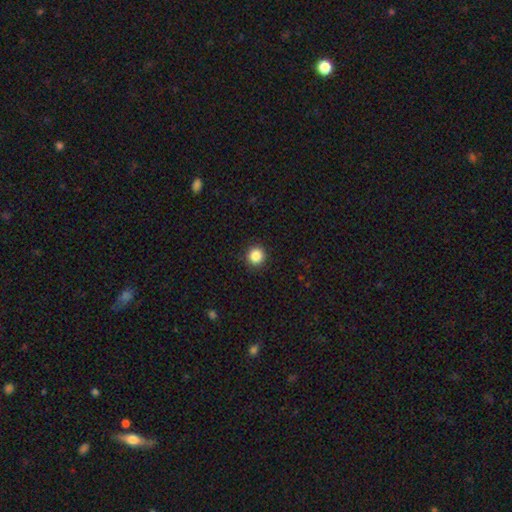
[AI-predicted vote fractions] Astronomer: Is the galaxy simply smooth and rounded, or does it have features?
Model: smooth — 86%.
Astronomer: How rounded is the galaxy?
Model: round — 94%.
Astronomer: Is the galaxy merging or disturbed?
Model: none — 92%.